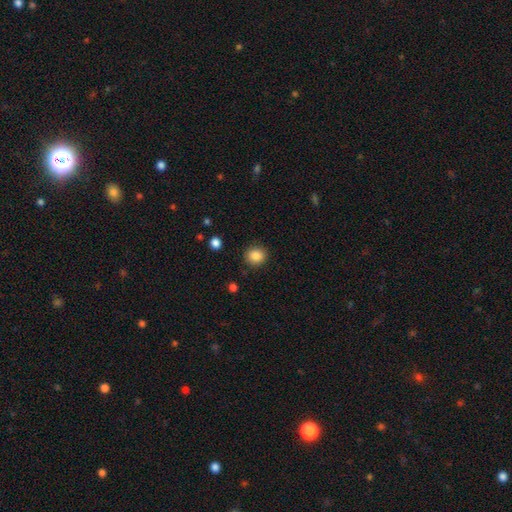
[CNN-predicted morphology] smooth-or-featured: smooth: 86% | star or artifact: 10% | featured or disk: 4%
  how-rounded: round: 83% | in between: 16% | cigar-shaped: 1%
  merging: none: 89% | minor disturbance: 7% | major disturbance: 2% | merger: 1%